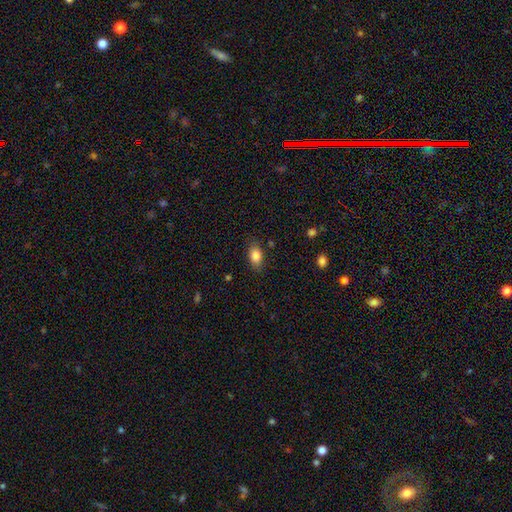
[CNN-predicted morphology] type=smooth (85%); roundness=in between (85%); merging=none (81%).